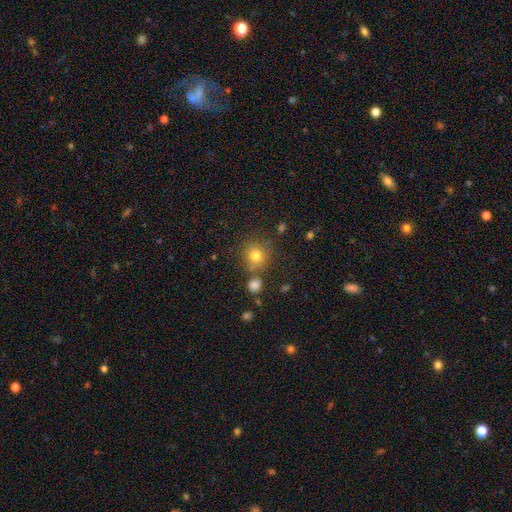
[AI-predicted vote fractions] Smooth or featured? Predicted: smooth (p=0.78). How rounded? Predicted: round (p=0.88). Merging? Predicted: none (p=0.74).